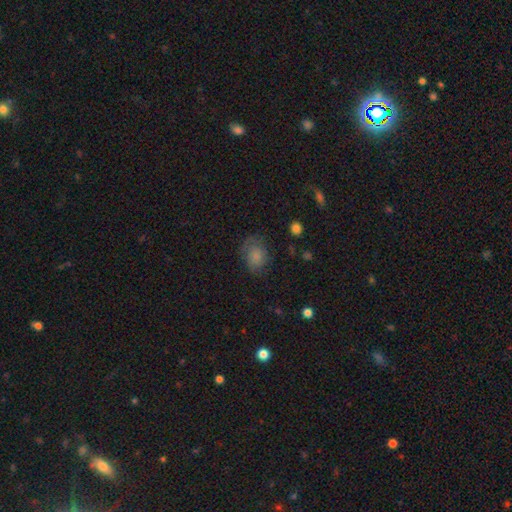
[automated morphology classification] smooth-or-featured: smooth: 70% | featured or disk: 19% | star or artifact: 11%
  how-rounded: in between: 55% | round: 44% | cigar-shaped: 1%
  merging: none: 59% | minor disturbance: 26% | major disturbance: 13% | merger: 2%